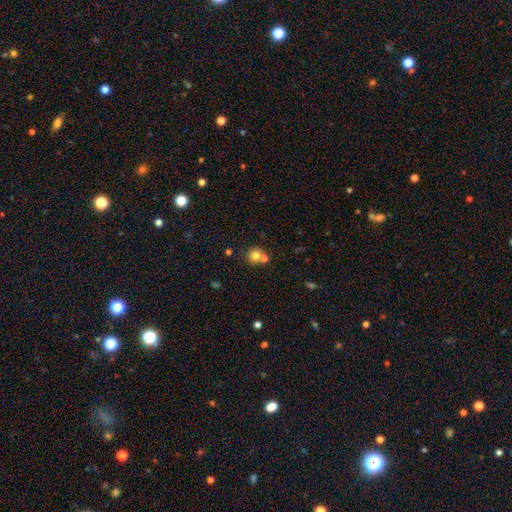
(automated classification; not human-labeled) Smooth or featured? Predicted: smooth (p=0.77). How rounded? Predicted: round (p=0.87). Merging? Predicted: none (p=0.56).